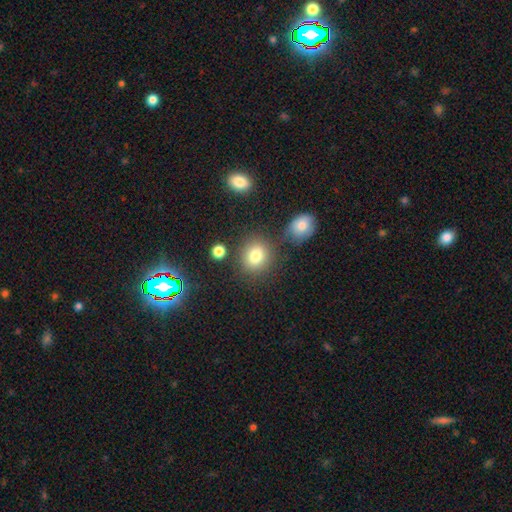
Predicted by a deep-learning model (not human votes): smooth_or_featured: smooth (p=0.81) [alt: star or artifact p=0.12]
how_rounded: round (p=0.74) [alt: in between p=0.25]
merging: none (p=0.75) [alt: minor disturbance p=0.11]